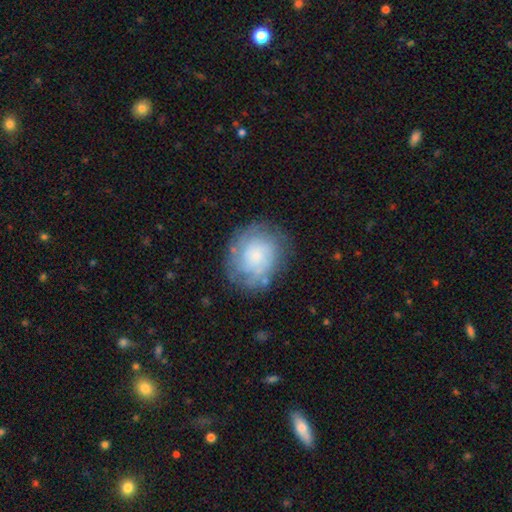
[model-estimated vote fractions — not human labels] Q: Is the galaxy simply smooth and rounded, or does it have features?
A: featured or disk — 53%.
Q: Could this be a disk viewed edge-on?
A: no — 97%.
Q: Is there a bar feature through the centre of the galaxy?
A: no — 81%.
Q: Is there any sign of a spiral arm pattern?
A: yes — 78%.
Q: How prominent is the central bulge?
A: small — 55%.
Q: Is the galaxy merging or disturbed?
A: none — 72%.